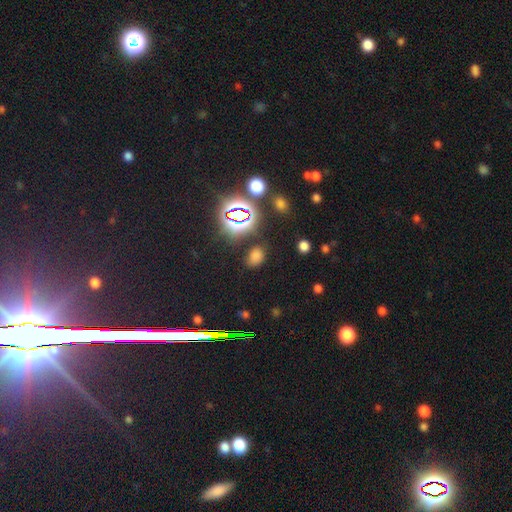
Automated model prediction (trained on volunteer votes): Smooth or featured?
  - smooth: 61% *
  - star or artifact: 33%
  - featured or disk: 6%
How rounded?
  - in between: 71% *
  - round: 28%
  - cigar-shaped: 2%
Merging?
  - none: 78% *
  - minor disturbance: 14%
  - major disturbance: 5%
  - merger: 3%